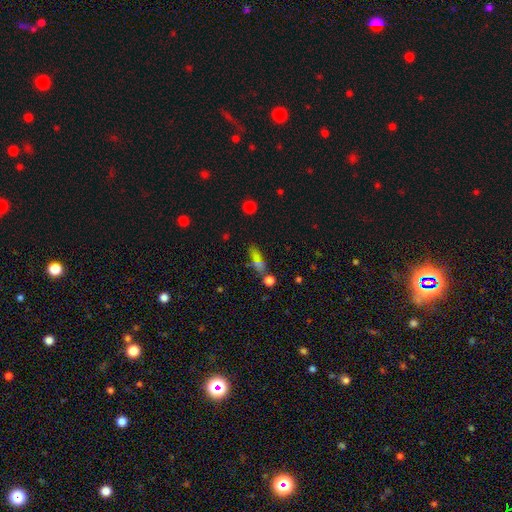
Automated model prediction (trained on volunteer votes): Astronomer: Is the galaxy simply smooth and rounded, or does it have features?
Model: smooth — 59%.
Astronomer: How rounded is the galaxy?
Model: cigar-shaped — 53% (runner-up: in between, 37%).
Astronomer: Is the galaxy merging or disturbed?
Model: none — 63%.